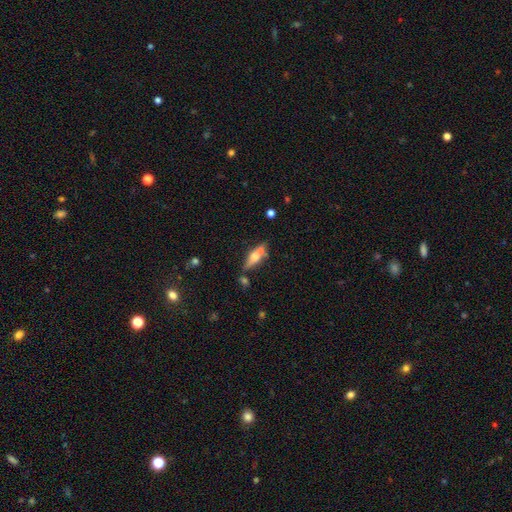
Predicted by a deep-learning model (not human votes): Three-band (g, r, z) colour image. It shows a featured or disk galaxy (46%). Merging: none (49%).